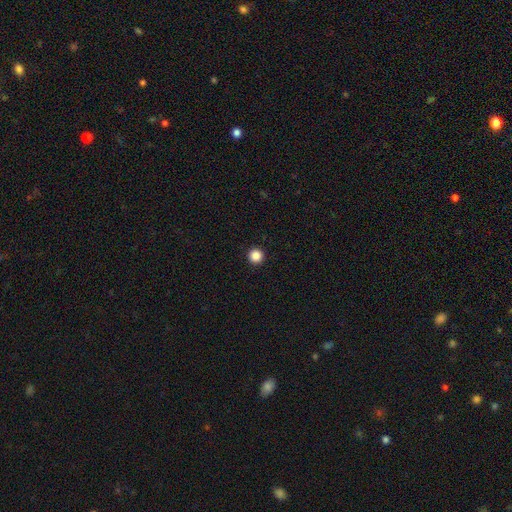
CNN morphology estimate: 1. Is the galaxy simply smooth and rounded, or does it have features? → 87% smooth, 11% star or artifact, 2% featured or disk.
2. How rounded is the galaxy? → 97% round, 2% in between, 1% cigar-shaped.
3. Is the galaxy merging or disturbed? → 94% none, 4% minor disturbance, 1% major disturbance, 1% merger.